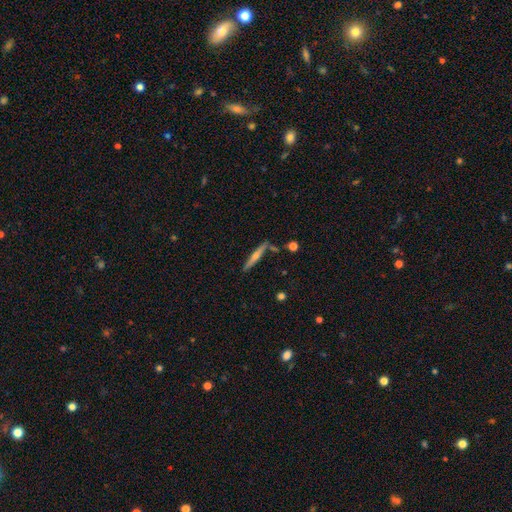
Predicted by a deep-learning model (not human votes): The model was most divided on "smooth or featured": featured or disk: 58%, smooth: 36%, star or artifact: 6%. More confident: edge-on disk — yes (96%); merging — none (81%); edge-on bulge — rounded (80%).